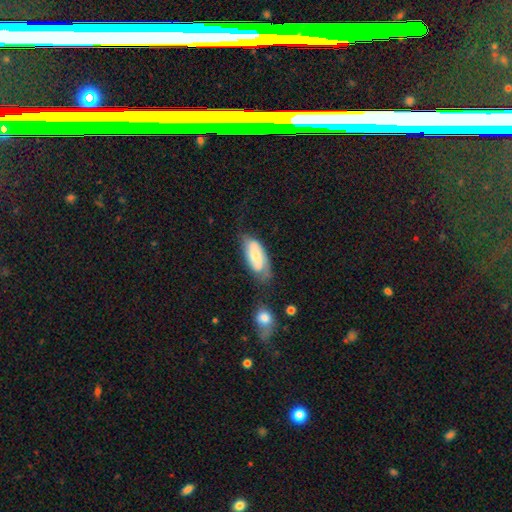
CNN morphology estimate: type=featured or disk (60%); edge-on=no (93%); bar=no (54%); spiral arms=yes (89%); bulge=moderate (47%); merging=none (56%).